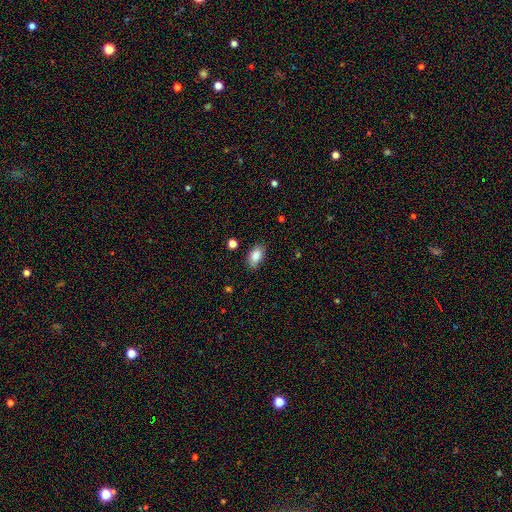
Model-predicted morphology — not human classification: smooth_or_featured: smooth (p=0.84) [alt: featured or disk p=0.08]
how_rounded: in between (p=0.90) [alt: round p=0.08]
merging: none (p=0.84) [alt: minor disturbance p=0.12]